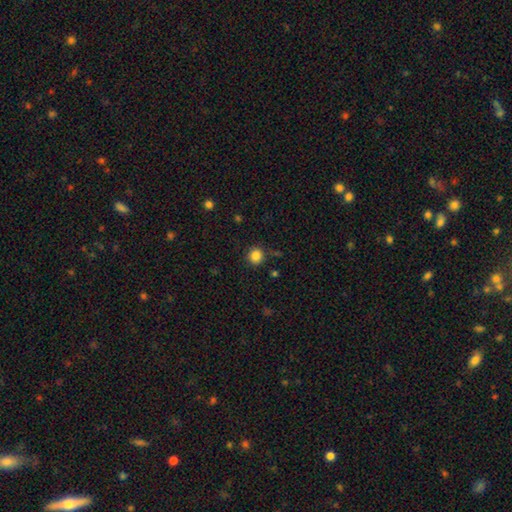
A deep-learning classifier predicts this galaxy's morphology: A smooth galaxy with no disk features (85%) that is round (91%). Merging: none (86%).